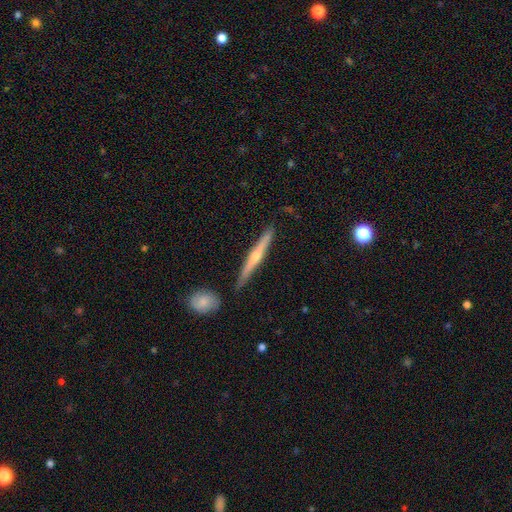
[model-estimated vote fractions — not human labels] Overall: featured or disk (68%). Edge-on disk: yes (97%). Edge-on bulge: rounded (84%). Merging: none (87%).